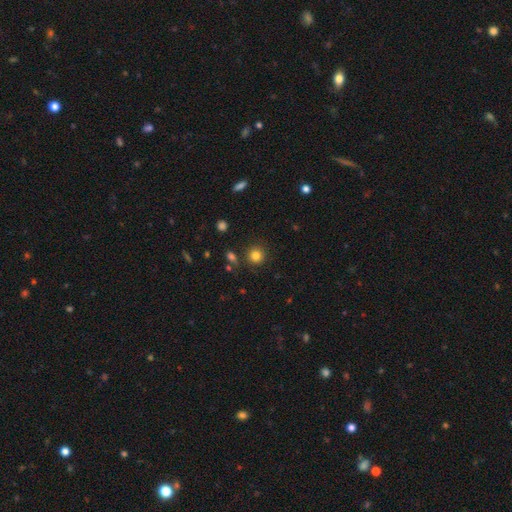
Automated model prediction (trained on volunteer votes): Q: Smooth or featured?
A: smooth (82%); runner-up: star or artifact (12%)
Q: How rounded?
A: round (92%); runner-up: in between (7%)
Q: Merging?
A: none (86%); runner-up: minor disturbance (8%)